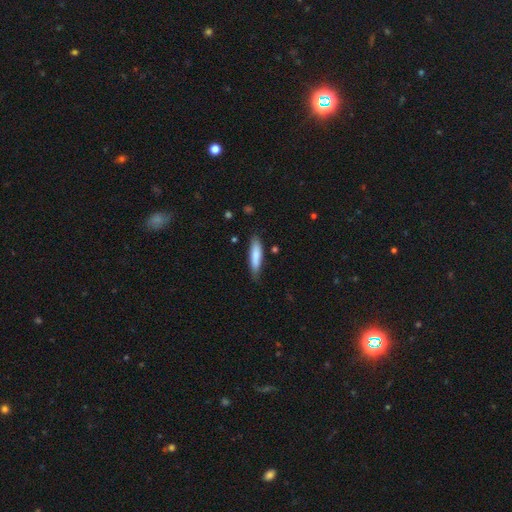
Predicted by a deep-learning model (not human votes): Q: Smooth or featured?
A: smooth (80%); runner-up: featured or disk (14%)
Q: How rounded?
A: cigar-shaped (75%); runner-up: in between (23%)
Q: Merging?
A: none (78%); runner-up: minor disturbance (17%)